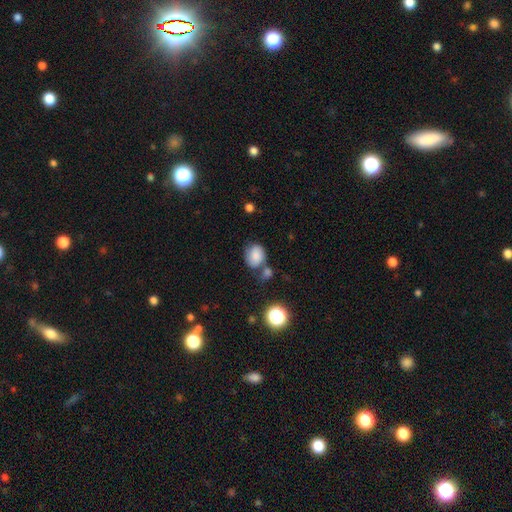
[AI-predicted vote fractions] Smooth or featured? Predicted: smooth (p=0.76). How rounded? Predicted: in between (p=0.50). Merging? Predicted: none (p=0.49).